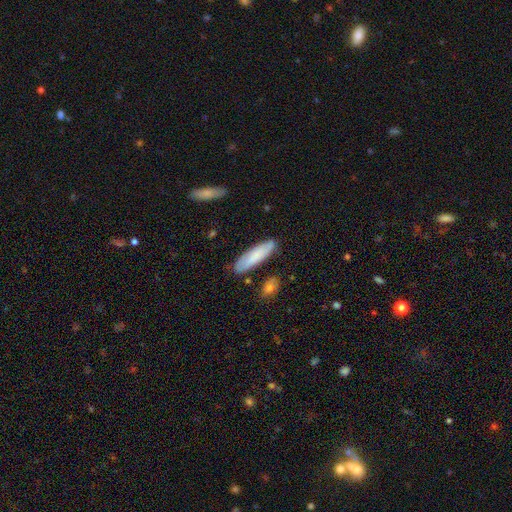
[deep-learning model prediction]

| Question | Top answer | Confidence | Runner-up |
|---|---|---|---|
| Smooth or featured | smooth | 78% | featured or disk (16%) |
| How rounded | cigar-shaped | 65% | in between (34%) |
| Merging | none | 84% | minor disturbance (11%) |